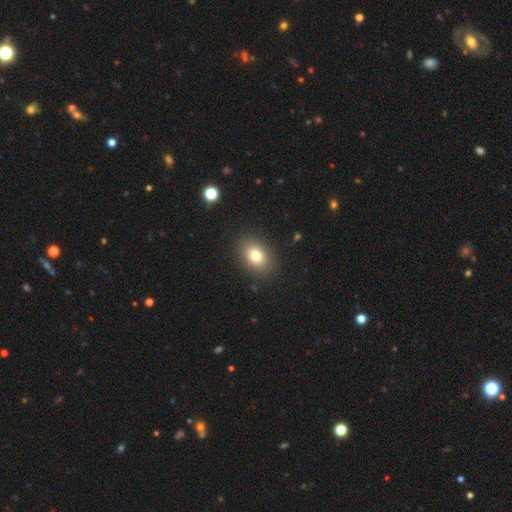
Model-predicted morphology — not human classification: This is likely a smooth galaxy (79%). How rounded: likely in between (71%). Merging: clearly none (87%).